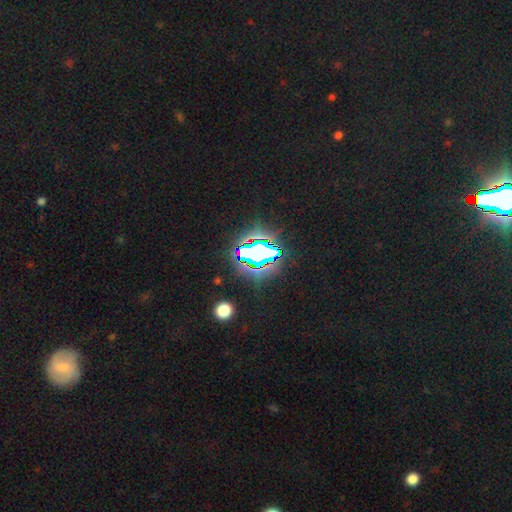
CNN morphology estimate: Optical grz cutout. It shows a star or artifact, not a galaxy (69%).